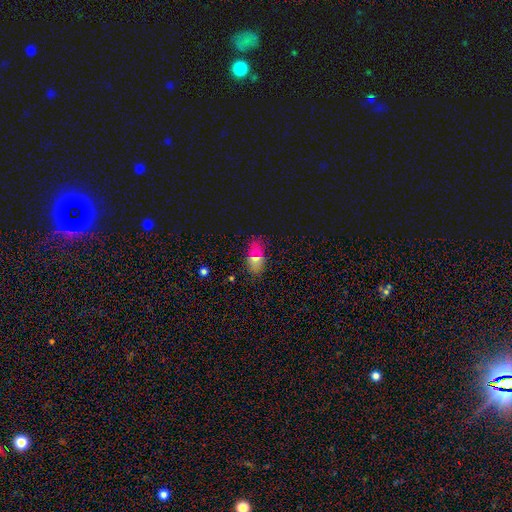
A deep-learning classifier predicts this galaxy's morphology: Overall: smooth (64%). How rounded: in between (84%). Merging: none (82%).